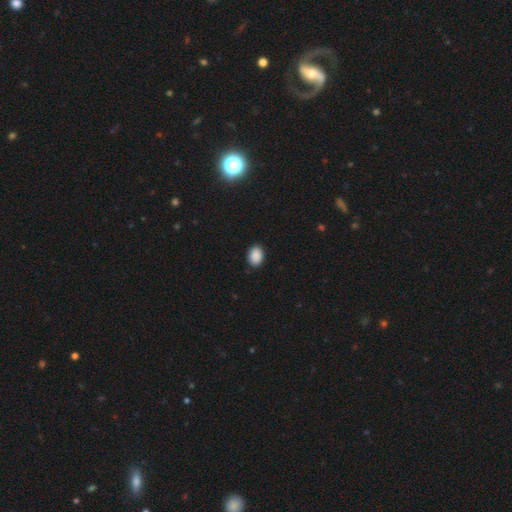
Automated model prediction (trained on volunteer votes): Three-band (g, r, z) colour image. It shows a smooth galaxy with no disk features (90%) that is in between round and cigar-shaped (78%). Merging: none (90%).